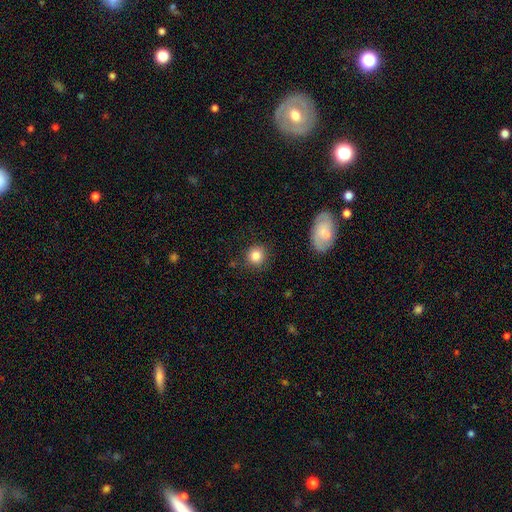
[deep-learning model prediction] Morphology: type=smooth (84%); roundness=round (90%); merging=none (87%).